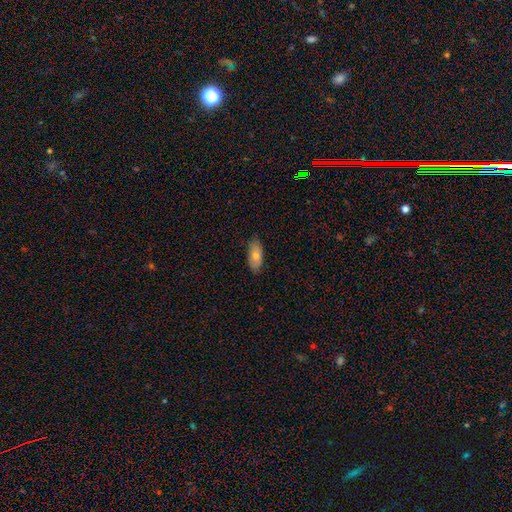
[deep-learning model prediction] Overall: smooth (77%). How rounded: in between (85%). Merging: none (85%).